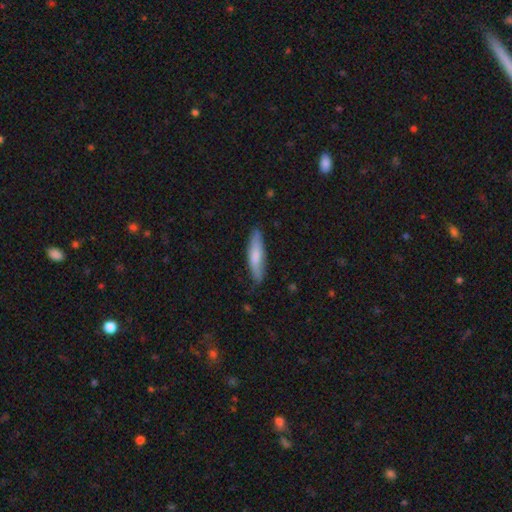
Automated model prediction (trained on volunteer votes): Smooth or featured? Predicted: smooth (p=0.71). How rounded? Predicted: cigar-shaped (p=0.77). Merging? Predicted: none (p=0.81).